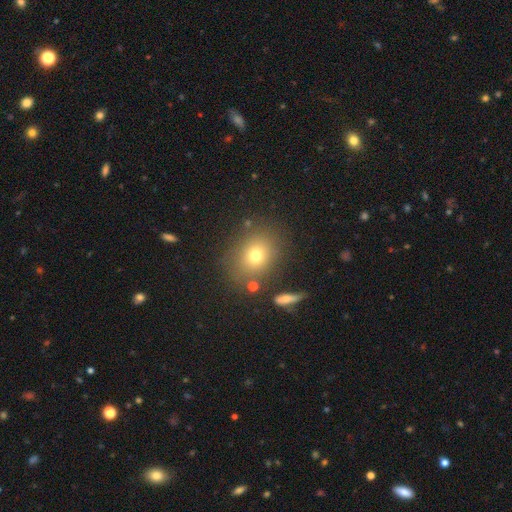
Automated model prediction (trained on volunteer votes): A smooth galaxy with no disk features (71%) that is round (55%). Merging: none (79%).